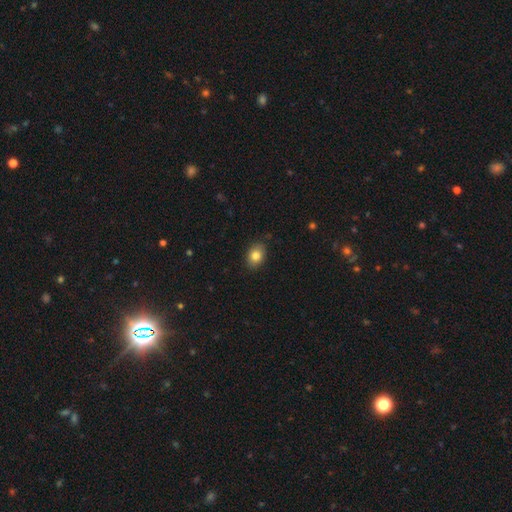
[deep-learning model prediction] Smooth or featured: smooth — 82% (star or artifact — 9%)
How rounded: in between — 72% (round — 27%)
Merging: none — 85% (minor disturbance — 11%)